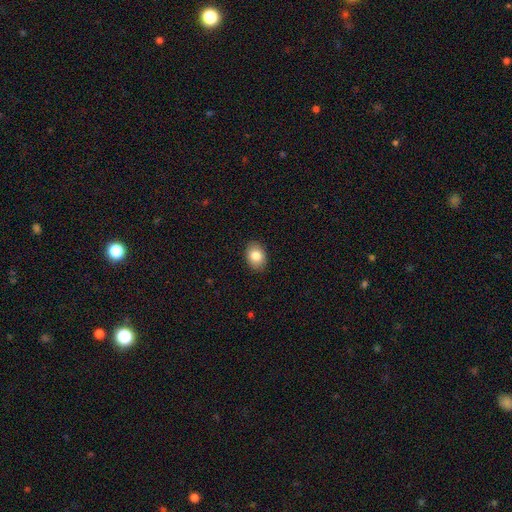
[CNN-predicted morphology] smooth-or-featured: smooth: 83% | featured or disk: 9% | star or artifact: 8%
  how-rounded: in between: 70% | round: 29% | cigar-shaped: 1%
  merging: none: 89% | minor disturbance: 8% | major disturbance: 2% | merger: 1%